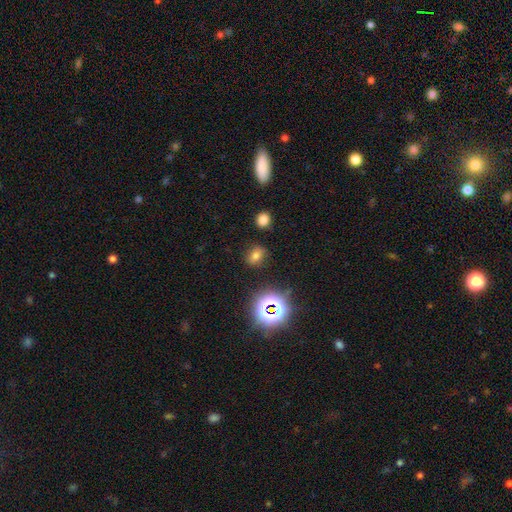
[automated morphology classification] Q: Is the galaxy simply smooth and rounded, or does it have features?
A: smooth — 66%.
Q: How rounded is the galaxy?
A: in between — 57%.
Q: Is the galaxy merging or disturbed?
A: none — 84%.